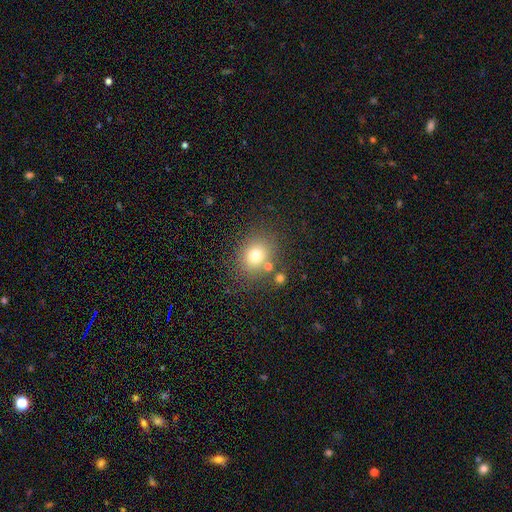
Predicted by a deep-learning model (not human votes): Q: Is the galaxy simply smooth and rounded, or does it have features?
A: smooth — 74%.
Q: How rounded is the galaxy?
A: round — 68%.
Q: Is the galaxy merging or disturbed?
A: none — 75%.